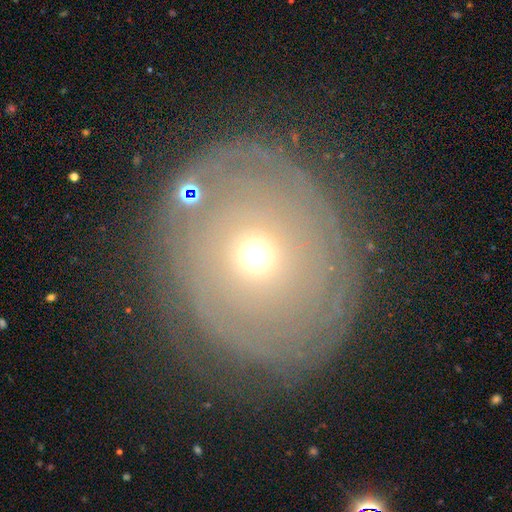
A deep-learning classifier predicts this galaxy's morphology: The model was most divided on "bulge size": moderate: 48%, small: 45%, large: 4%, dominant: 1%, none: 1%. More confident: edge-on disk — no (95%); bar — no (85%); merging — none (78%); spiral arms — yes (66%); smooth or featured — featured or disk (61%).